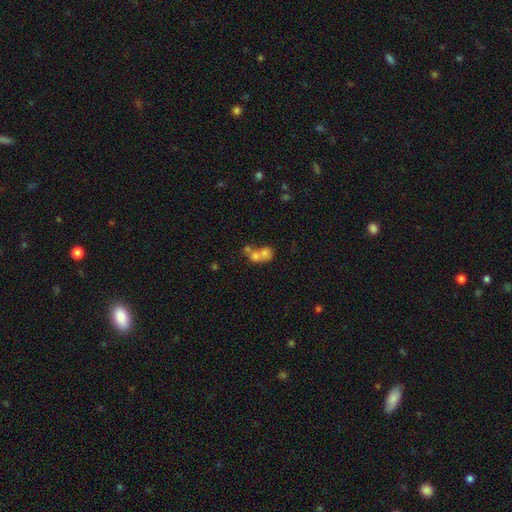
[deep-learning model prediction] The model was most divided on "how rounded": round: 62%, in between: 37%, cigar-shaped: 1%. More confident: merging — merger (70%); smooth or featured — smooth (64%).